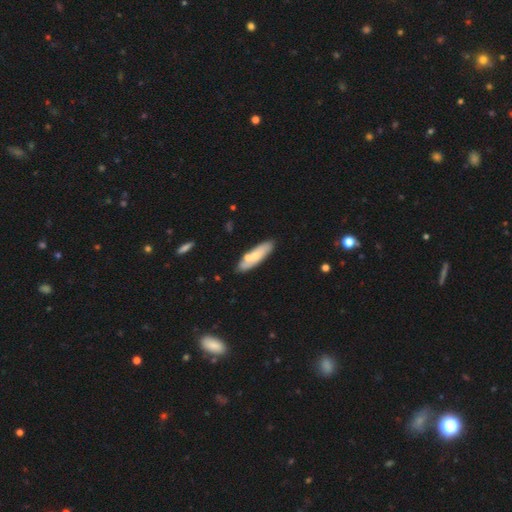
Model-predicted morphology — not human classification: smooth 63%, featured or disk 31%, star or artifact 6%. Down the decision tree: how rounded — cigar-shaped (52%); merging — none (73%).